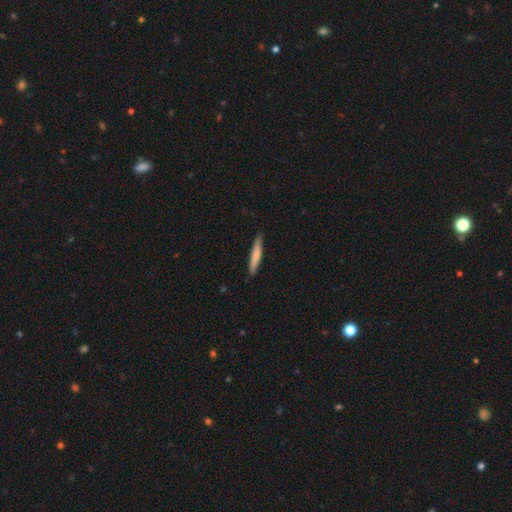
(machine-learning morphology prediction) A smooth galaxy with no disk features (75%) that is cigar-shaped (93%). Merging: none (87%).